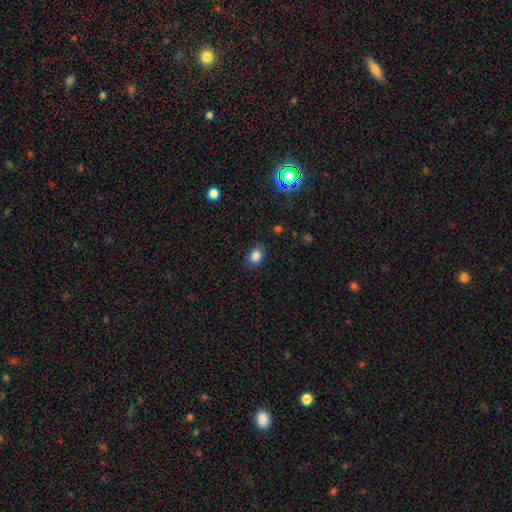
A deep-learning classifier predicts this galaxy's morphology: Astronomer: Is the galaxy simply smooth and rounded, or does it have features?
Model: smooth — 83%.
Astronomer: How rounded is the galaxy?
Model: in between — 59% (runner-up: round, 40%).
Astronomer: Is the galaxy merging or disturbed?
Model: none — 84%.